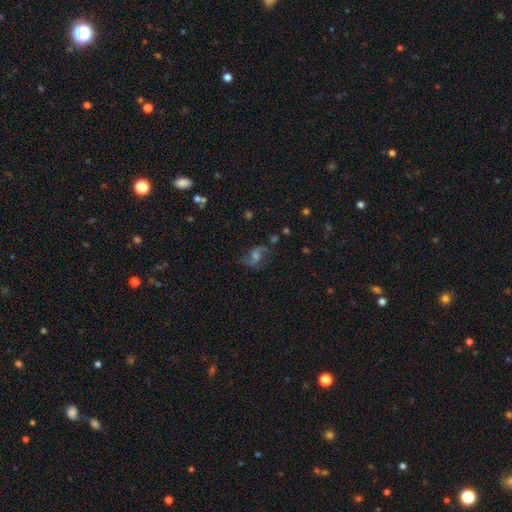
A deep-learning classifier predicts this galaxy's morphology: This is likely a featured or disk galaxy (68%). It is clearly not viewed edge-on (96%). Bar: marginally weak (44%). Spiral arm pattern: clearly yes (90%). Spiral arm count: clearly 2 (88%). Spiral winding: possibly loose (58%). Central bulge: possibly moderate (48%). Merging: likely none (69%).